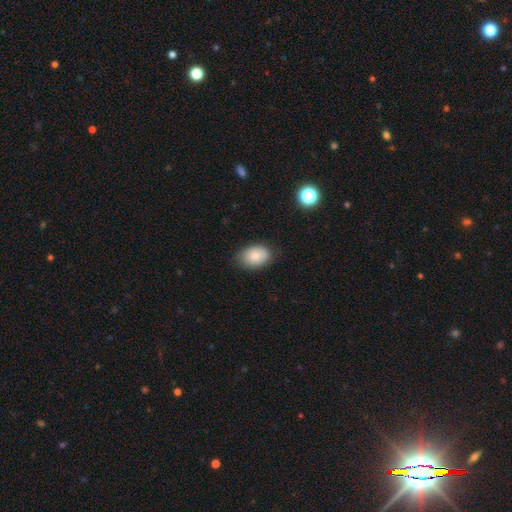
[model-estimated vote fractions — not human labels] Smooth or featured? smooth (81%)
How rounded? in between (80%)
Merging? none (81%)